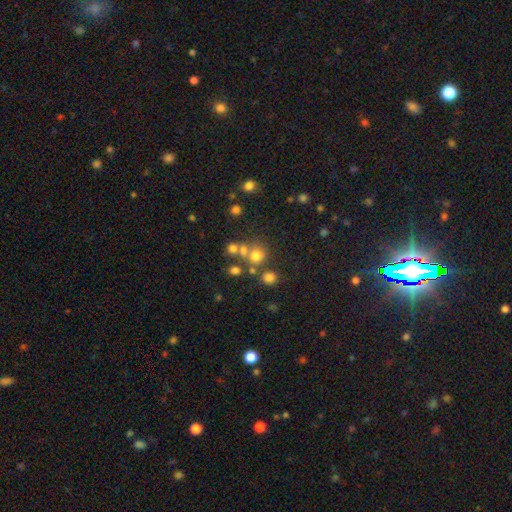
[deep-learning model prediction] This is likely a smooth galaxy (66%). How rounded: likely round (79%). Merging: possibly none (53%).